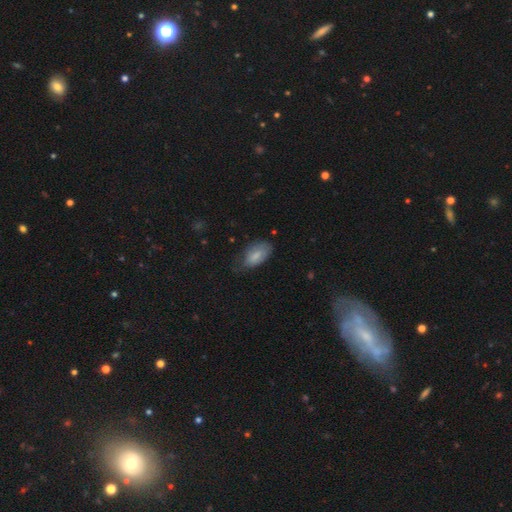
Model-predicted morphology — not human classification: Smooth or featured: smooth — 79% (featured or disk — 14%)
How rounded: in between — 92% (cigar-shaped — 4%)
Merging: none — 50% (minor disturbance — 37%)